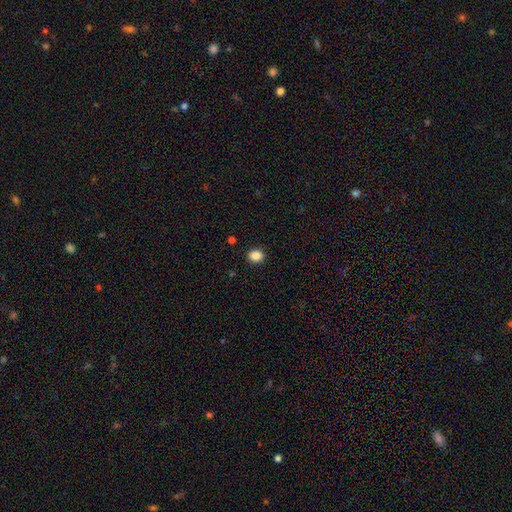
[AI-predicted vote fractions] Smooth or featured? Predicted: smooth (p=0.86). How rounded? Predicted: round (p=0.59). Merging? Predicted: none (p=0.91).